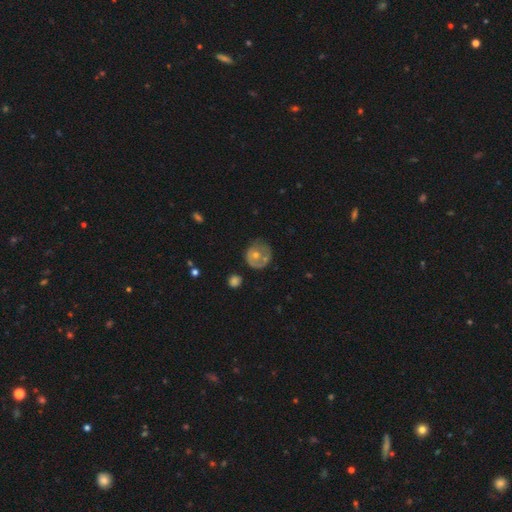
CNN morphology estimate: Smooth or featured? smooth (47%)
Merging? none (52%)